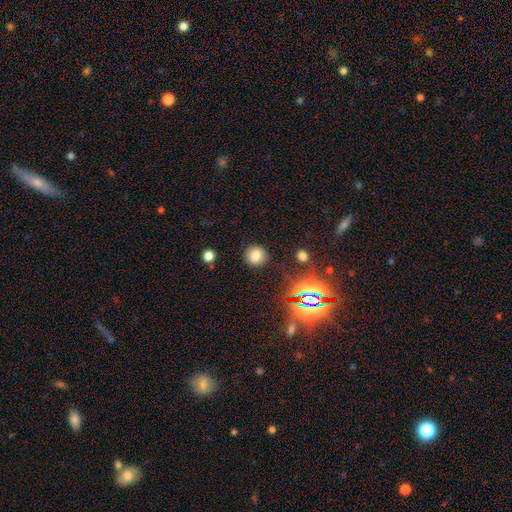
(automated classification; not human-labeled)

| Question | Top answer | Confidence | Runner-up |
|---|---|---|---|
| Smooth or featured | smooth | 75% | star or artifact (17%) |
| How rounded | round | 87% | in between (12%) |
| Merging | none | 88% | minor disturbance (7%) |